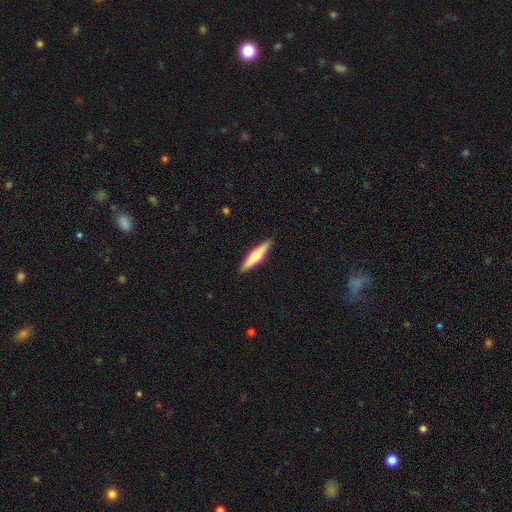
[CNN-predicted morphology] Smooth or featured?
  - featured or disk: 51% *
  - smooth: 44%
  - star or artifact: 5%
Edge-on disk?
  - yes: 96% *
  - no: 4%
Merging?
  - none: 91% *
  - minor disturbance: 7%
  - major disturbance: 1%
  - merger: 1%